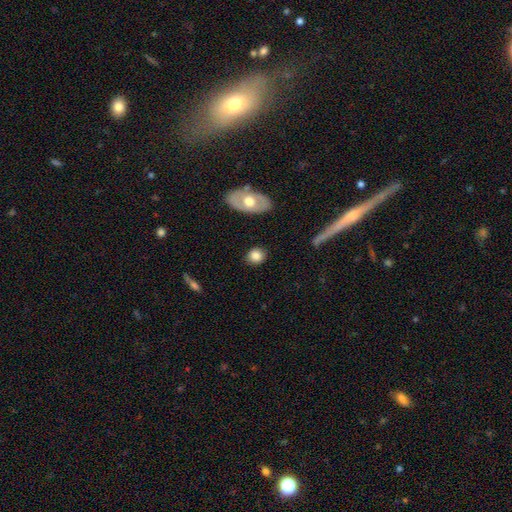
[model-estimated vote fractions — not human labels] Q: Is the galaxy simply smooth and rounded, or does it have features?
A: smooth — 81%.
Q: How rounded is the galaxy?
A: round — 64%.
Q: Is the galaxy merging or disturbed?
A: none — 85%.